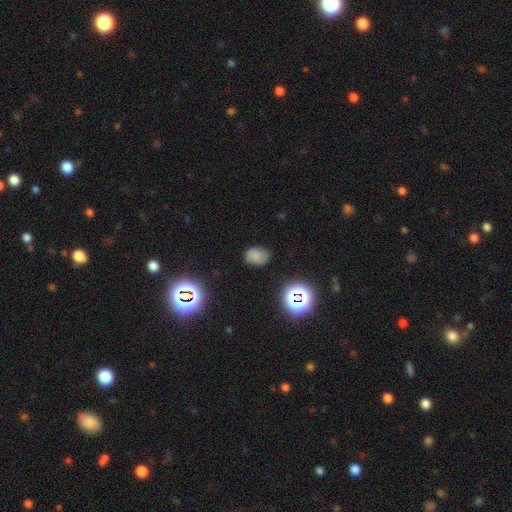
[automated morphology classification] This is likely a smooth galaxy (69%). How rounded: likely in between (71%). Merging: likely none (75%).